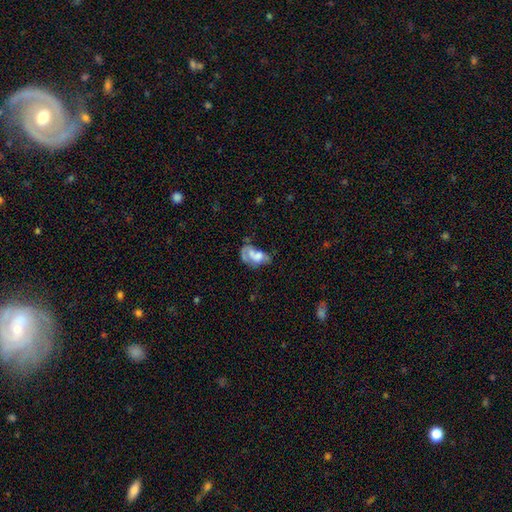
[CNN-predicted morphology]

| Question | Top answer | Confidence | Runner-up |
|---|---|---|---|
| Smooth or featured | smooth | 45% | tied: featured or disk (45%) |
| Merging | major disturbance | 33% | none (24%) |